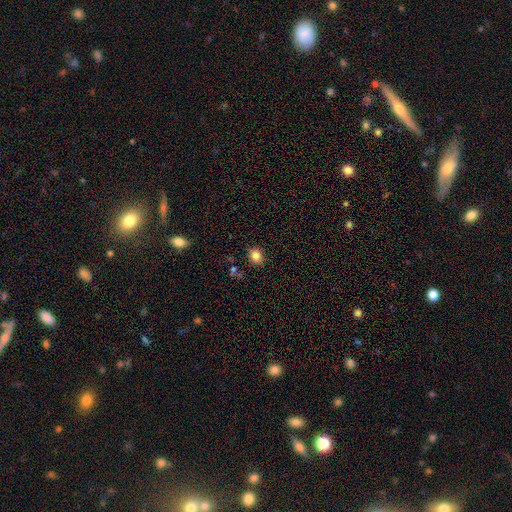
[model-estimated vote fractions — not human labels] smooth-or-featured: smooth: 85% | star or artifact: 11% | featured or disk: 5%
  how-rounded: round: 55% | in between: 44% | cigar-shaped: 1%
  merging: none: 84% | minor disturbance: 11% | major disturbance: 3% | merger: 2%